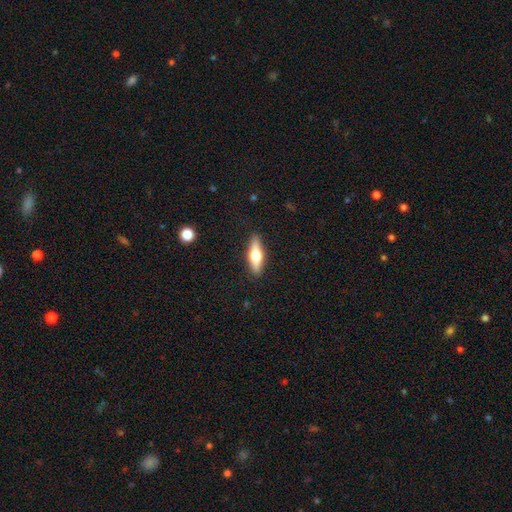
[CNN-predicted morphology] Smooth or featured: smooth — 49% (featured or disk — 45%)
Merging: none — 89% (minor disturbance — 8%)